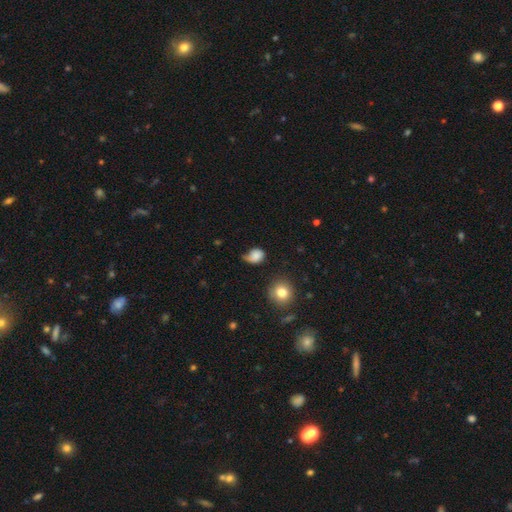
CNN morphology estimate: This is likely a smooth galaxy (78%). How rounded: possibly in between (50%). Merging: marginally minor disturbance (40%).